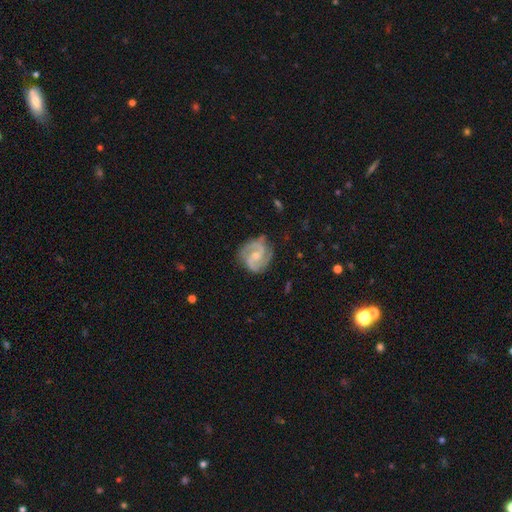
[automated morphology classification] This appears to be a featured or disk galaxy (87%) with no bar (48%), 2 (81%) medium (51%) spiral arms (97%) and a small central bulge (46%). Merging: none (76%).